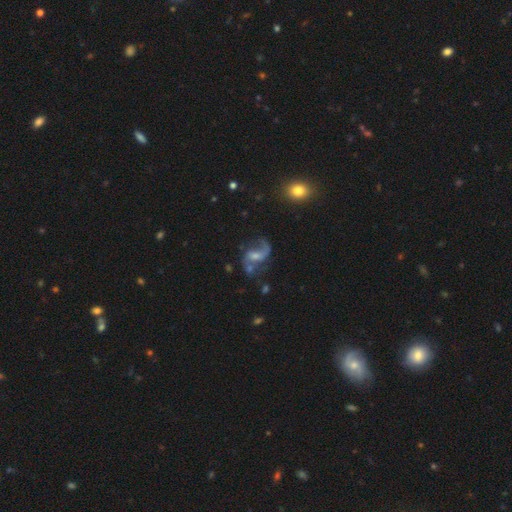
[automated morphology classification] A featured or disk galaxy (80%) with a weak bar (48%), 2 (77%) loose (69%) spiral arms (92%) and a small central bulge (38%).

Vote fractions:
- Smooth or featured? featured or disk: 80% / smooth: 12% / star or artifact: 9%
- Edge-on disk? no: 97% / yes: 3%
- Bar? weak: 48% / no: 36% / strong: 16%
- Spiral arms? yes: 92% / no: 8%
- Spiral winding? loose: 69% / medium: 26% / tight: 5%
- Spiral arm count? 2: 77% / 1: 17% / can't tell: 4% / 3: 1% / 4: 1% / more than 4: 1%
- Bulge size? small: 38% / moderate: 37% / none: 17% / large: 7% / dominant: 2%
- Merging? none: 48% / major disturbance: 24% / minor disturbance: 18% / merger: 10%